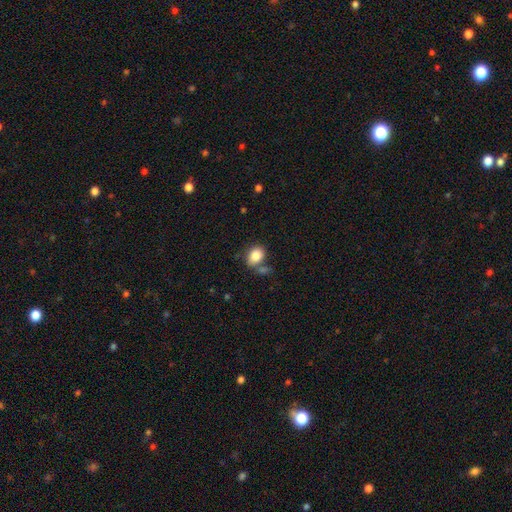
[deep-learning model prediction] This appears to be a smooth galaxy with no disk features (84%) that is in between round and cigar-shaped (63%). Merging: none (59%).